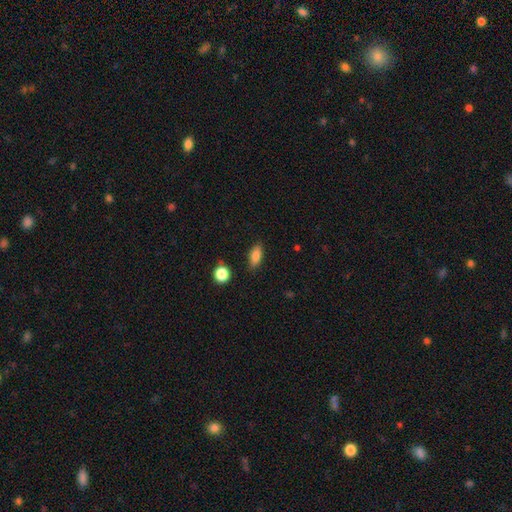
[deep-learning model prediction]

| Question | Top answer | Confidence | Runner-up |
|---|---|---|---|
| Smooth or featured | smooth | 84% | star or artifact (9%) |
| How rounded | in between | 79% | cigar-shaped (16%) |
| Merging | none | 84% | minor disturbance (11%) |